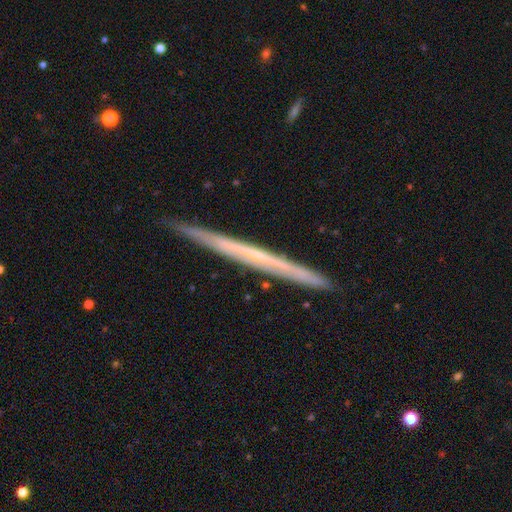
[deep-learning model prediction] smooth_or_featured: featured or disk (p=0.62) [alt: smooth p=0.32]
disk_edge_on: yes (p=0.97) [alt: no p=0.03]
edge_on_bulge: none (p=0.87) [alt: rounded p=0.10]
merging: none (p=0.90) [alt: minor disturbance p=0.08]